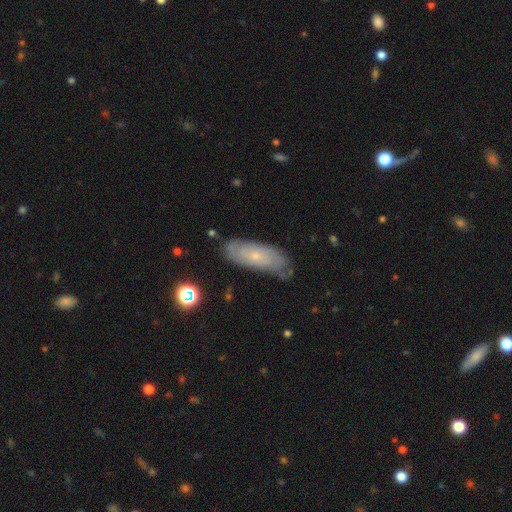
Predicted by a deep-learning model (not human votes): featured or disk 61%, smooth 31%, star or artifact 8%. Down the decision tree: edge-on disk — no (86%); bar — no (79%); spiral arms — yes (82%); bulge size — small (79%); merging — none (70%).